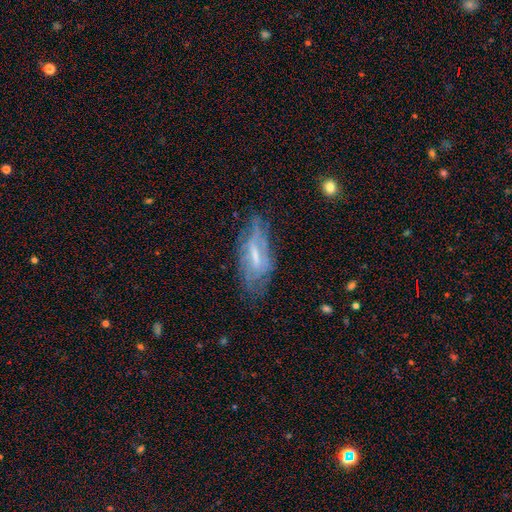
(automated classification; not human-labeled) smooth-or-featured: featured or disk: 64% | smooth: 25% | star or artifact: 11%
  disk-edge-on: no: 69% | yes: 31%
  merging: none: 61% | minor disturbance: 25% | major disturbance: 12% | merger: 2%